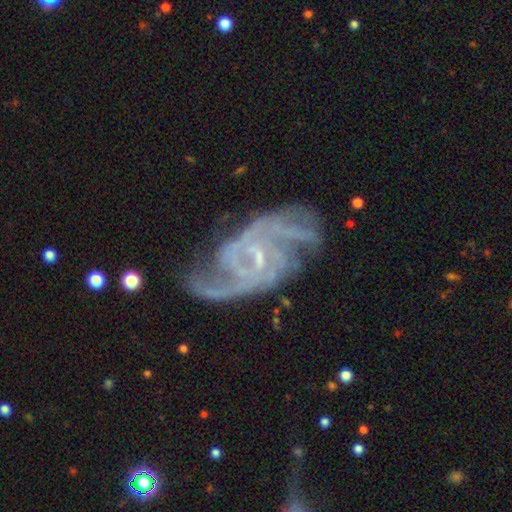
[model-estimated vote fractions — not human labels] Morphology: type=featured or disk (90%); edge-on=no (97%); bar=weak (48%); spiral arms=yes (98%); winding=medium (50%); arm count=2 (35%); bulge=small (78%); merging=none (68%).